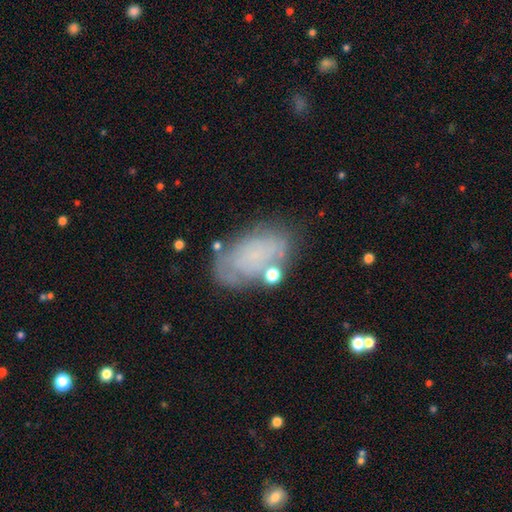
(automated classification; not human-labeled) smooth-or-featured: smooth: 50% | featured or disk: 38% | star or artifact: 12%
  merging: none: 63% | minor disturbance: 22% | major disturbance: 10% | merger: 6%